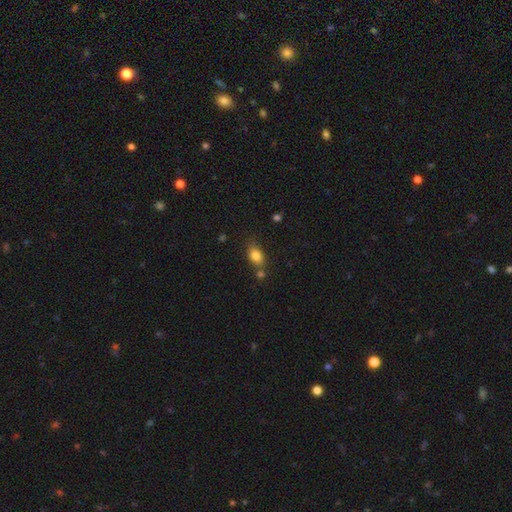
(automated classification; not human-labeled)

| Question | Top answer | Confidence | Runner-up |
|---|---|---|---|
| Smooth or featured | smooth | 82% | star or artifact (10%) |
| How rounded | in between | 76% | round (22%) |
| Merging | none | 62% | minor disturbance (17%) |